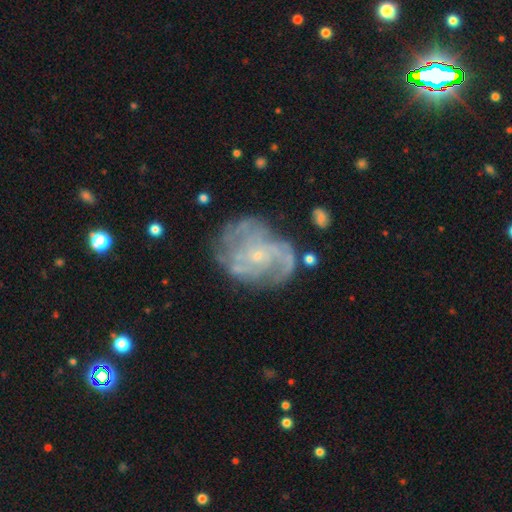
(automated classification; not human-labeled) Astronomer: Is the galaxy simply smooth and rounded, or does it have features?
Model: featured or disk — 82%.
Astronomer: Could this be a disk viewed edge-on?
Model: no — 98%.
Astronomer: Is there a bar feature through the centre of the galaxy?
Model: no — 73%.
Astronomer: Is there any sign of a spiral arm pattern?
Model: yes — 88%.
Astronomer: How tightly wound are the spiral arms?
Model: medium — 41%, tied with tight at 41%.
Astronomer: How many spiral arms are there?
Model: can't tell — 36% (runner-up: 3, 19%).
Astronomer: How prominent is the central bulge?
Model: small — 83%.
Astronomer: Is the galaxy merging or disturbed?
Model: none — 59%.